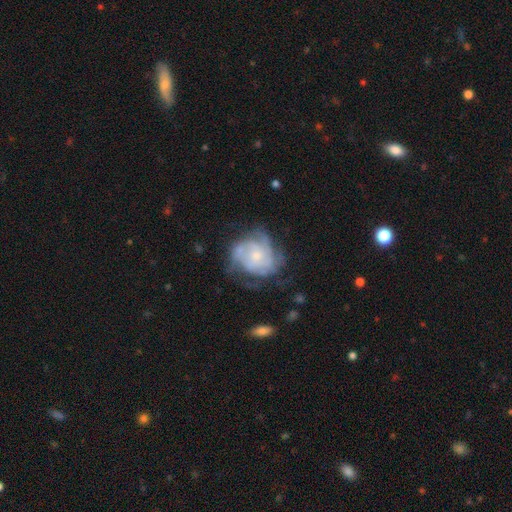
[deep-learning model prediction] Morphology: type=featured or disk (73%); edge-on=no (98%); bar=no (77%); spiral arms=yes (82%); winding=tight (54%); arm count=can't tell (45%); bulge=small (61%); merging=none (54%).